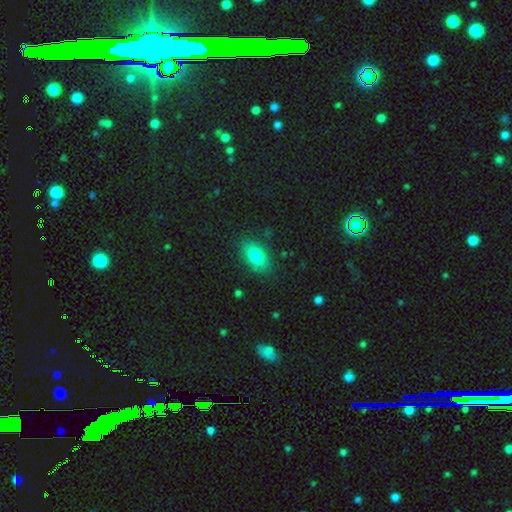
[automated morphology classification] Smooth or featured? Predicted: smooth (p=0.79). How rounded? Predicted: in between (p=0.86). Merging? Predicted: none (p=0.83).